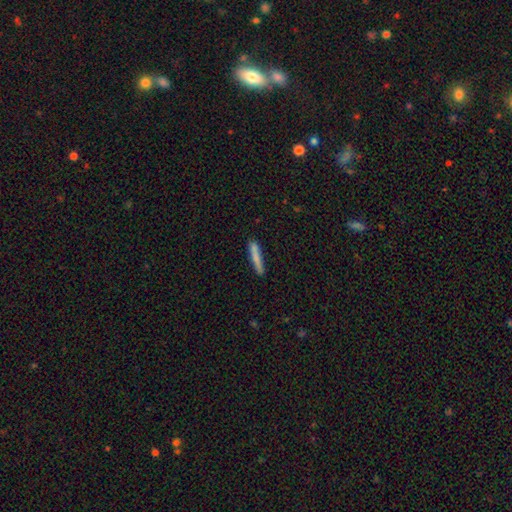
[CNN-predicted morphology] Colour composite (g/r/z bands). It shows a smooth galaxy with no disk features (79%) that is cigar-shaped (94%). Merging: none (82%).